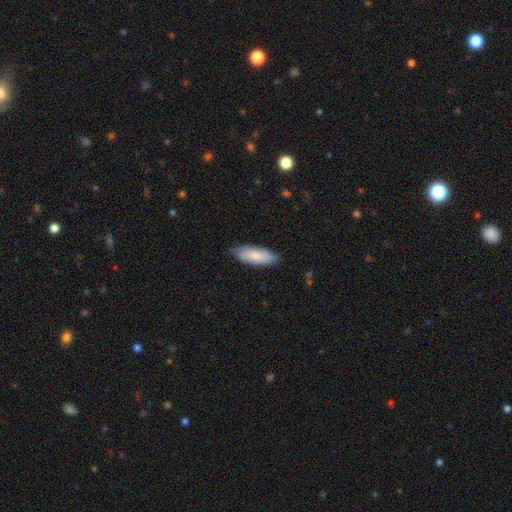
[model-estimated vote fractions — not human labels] Smooth or featured?
  - smooth: 82% *
  - featured or disk: 13%
  - star or artifact: 5%
How rounded?
  - in between: 70% *
  - cigar-shaped: 29%
  - round: 2%
Merging?
  - none: 78% *
  - minor disturbance: 18%
  - major disturbance: 3%
  - merger: 1%